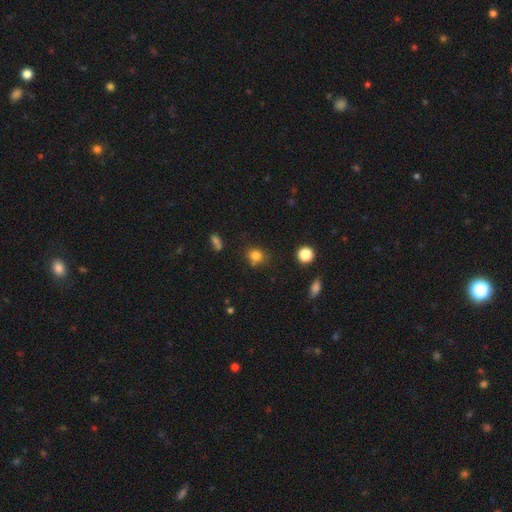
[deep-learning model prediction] Smooth or featured: smooth — 80% (star or artifact — 14%)
How rounded: round — 79% (in between — 20%)
Merging: none — 73% (minor disturbance — 15%)